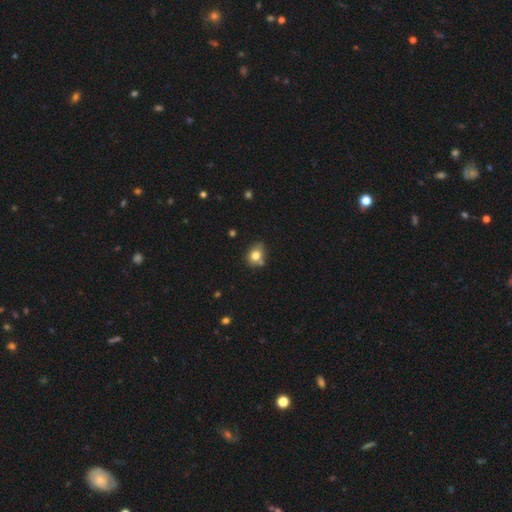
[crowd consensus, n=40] Morphology: type=smooth (78%); roundness=in between (61%); merging=none (67%).